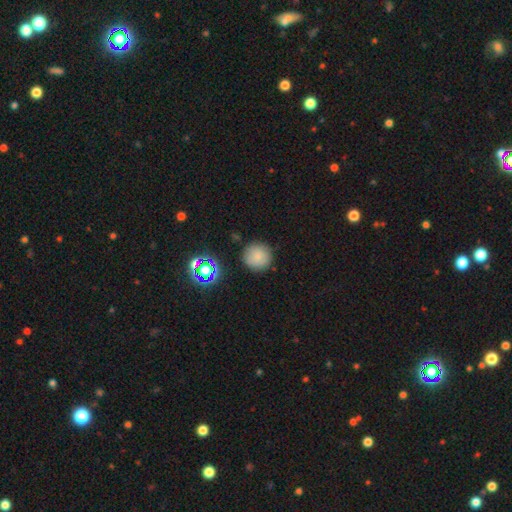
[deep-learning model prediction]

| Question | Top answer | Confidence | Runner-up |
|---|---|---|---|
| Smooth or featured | smooth | 80% | star or artifact (13%) |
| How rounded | round | 95% | in between (4%) |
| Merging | none | 87% | minor disturbance (8%) |